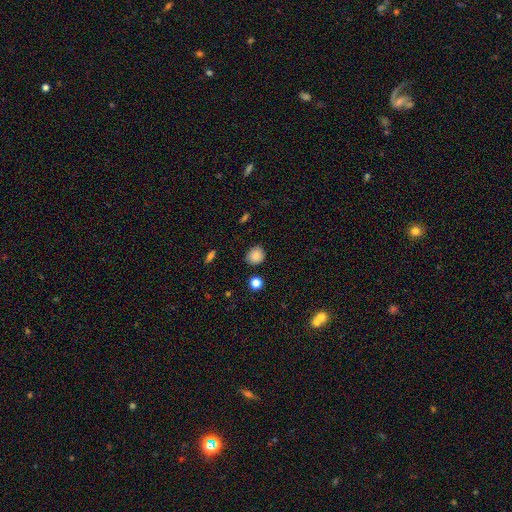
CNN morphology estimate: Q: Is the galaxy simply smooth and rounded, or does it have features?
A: smooth — 84%.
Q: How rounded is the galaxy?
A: round — 78%.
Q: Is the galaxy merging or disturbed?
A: none — 85%.